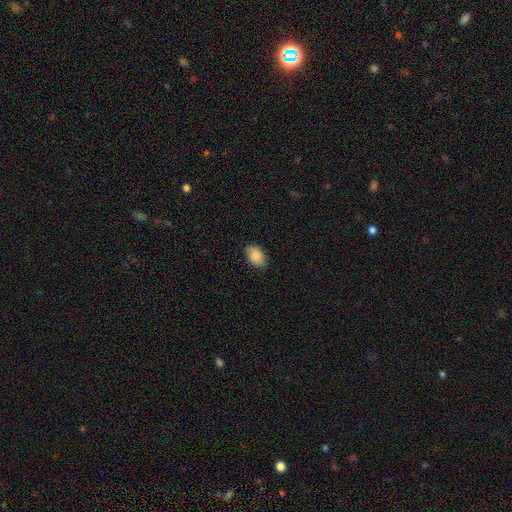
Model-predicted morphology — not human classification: Smooth or featured? smooth (86%)
How rounded? in between (90%)
Merging? none (85%)